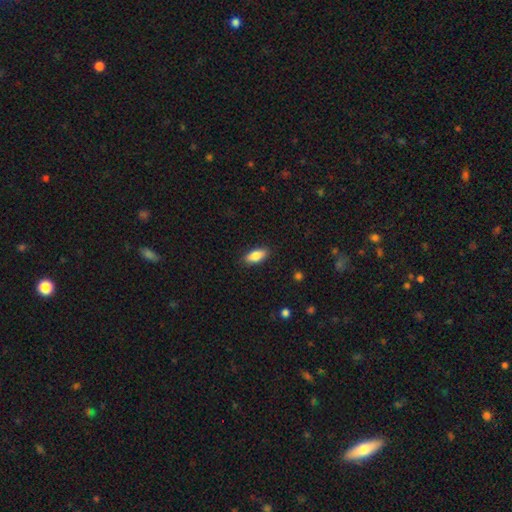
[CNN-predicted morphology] smooth_or_featured: smooth (p=0.84) [alt: featured or disk p=0.09]
how_rounded: in between (p=0.84) [alt: cigar-shaped p=0.13]
merging: none (p=0.88) [alt: minor disturbance p=0.09]